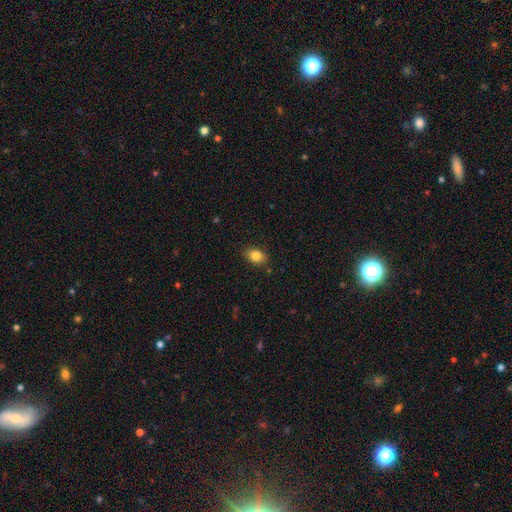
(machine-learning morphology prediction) smooth_or_featured: smooth (p=0.84) [alt: star or artifact p=0.09]
how_rounded: in between (p=0.76) [alt: round p=0.23]
merging: none (p=0.85) [alt: minor disturbance p=0.11]